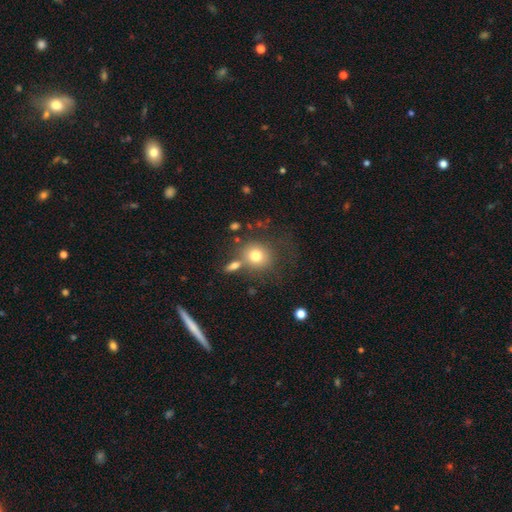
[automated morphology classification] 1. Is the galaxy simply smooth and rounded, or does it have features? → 75% smooth, 13% featured or disk, 11% star or artifact.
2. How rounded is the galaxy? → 84% round, 15% in between, 1% cigar-shaped.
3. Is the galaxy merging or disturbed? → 59% none, 19% merger, 13% minor disturbance, 8% major disturbance.